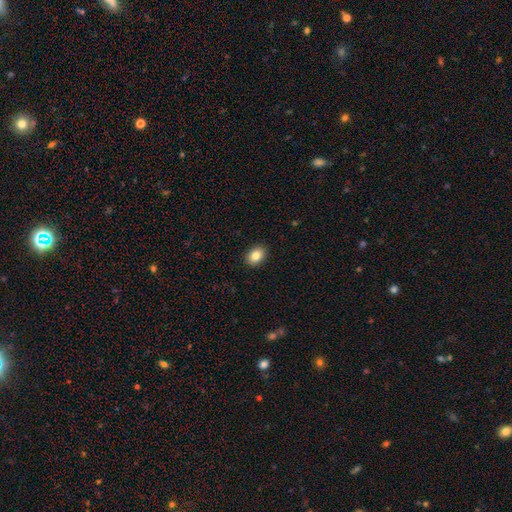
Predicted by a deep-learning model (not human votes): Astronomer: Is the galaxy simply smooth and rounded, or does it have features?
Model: smooth — 85%.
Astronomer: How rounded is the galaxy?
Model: in between — 77%.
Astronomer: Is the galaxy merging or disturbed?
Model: none — 91%.